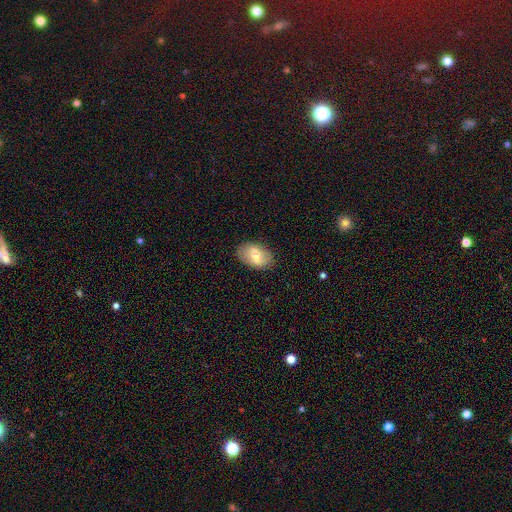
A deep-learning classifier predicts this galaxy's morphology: Smooth or featured?
  - smooth: 55% *
  - featured or disk: 38%
  - star or artifact: 7%
How rounded?
  - in between: 87% *
  - round: 11%
  - cigar-shaped: 2%
Merging?
  - none: 84% *
  - minor disturbance: 12%
  - major disturbance: 3%
  - merger: 1%